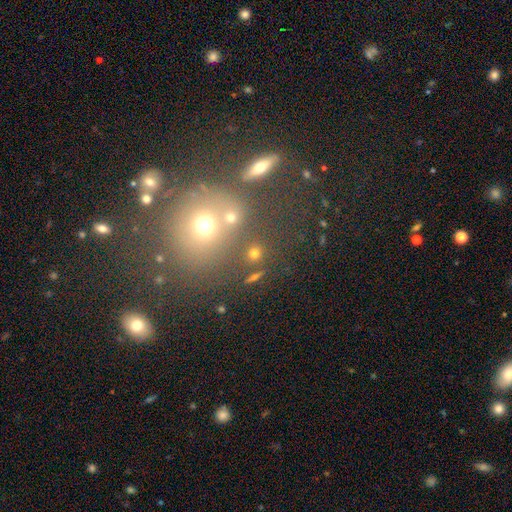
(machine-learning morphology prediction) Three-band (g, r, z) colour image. It shows a smooth galaxy with no disk features (55%) that is round (82%). Merging: none (63%).